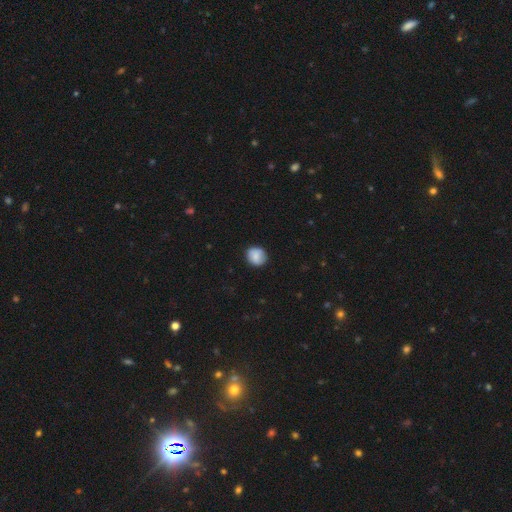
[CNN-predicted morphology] A smooth galaxy with no disk features (77%) that is round (81%). Merging: none (84%).